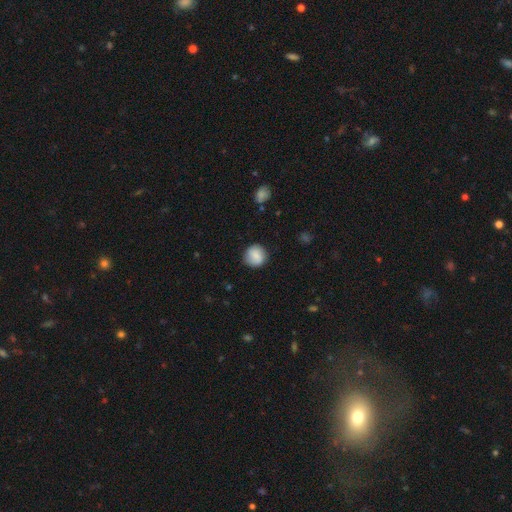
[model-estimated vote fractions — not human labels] smooth 82%, featured or disk 11%, star or artifact 7%. Down the decision tree: how rounded — round (89%); merging — none (84%).